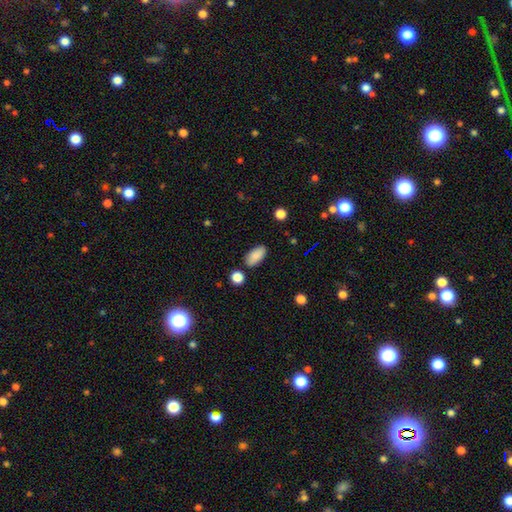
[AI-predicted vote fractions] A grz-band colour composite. It shows a smooth galaxy with no disk features (88%) that is in between round and cigar-shaped (92%). Merging: none (85%).